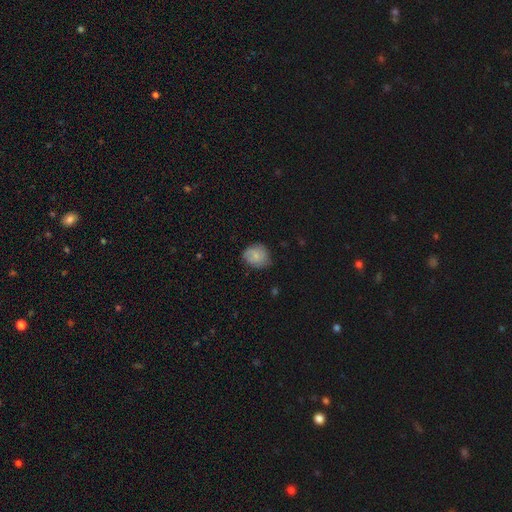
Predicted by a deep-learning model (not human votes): Smooth or featured: smooth — 77% (featured or disk — 15%)
How rounded: round — 63% (in between — 36%)
Merging: none — 66% (minor disturbance — 27%)